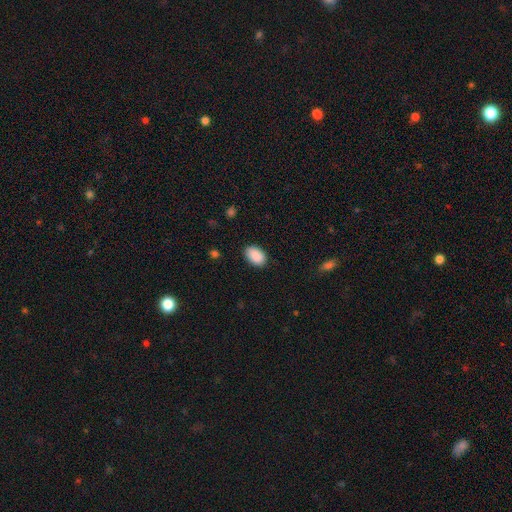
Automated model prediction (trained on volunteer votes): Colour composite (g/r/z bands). It shows a smooth galaxy with no disk features (91%) that is in between round and cigar-shaped (89%). Merging: none (86%).